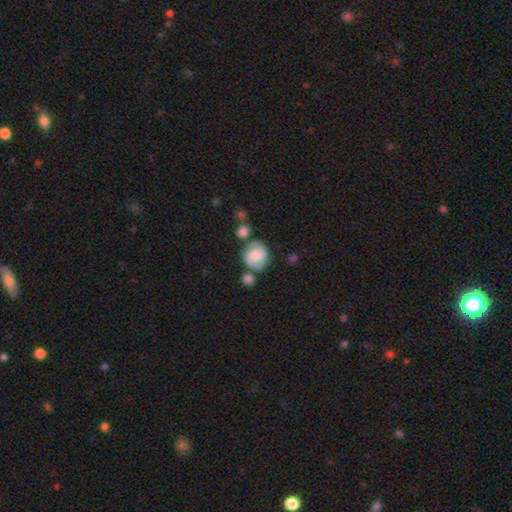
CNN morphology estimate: A featured or disk galaxy (52%) with a weak bar (44%), spiral arms (87%) and a moderate central bulge (32%). Merging: none (57%).